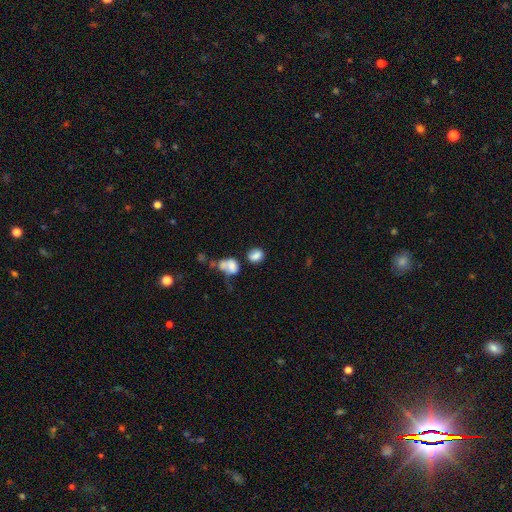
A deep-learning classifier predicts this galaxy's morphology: Overall: smooth (79%). How rounded: in between (59%; round 40%). Merging: none (43%; merger 30%).